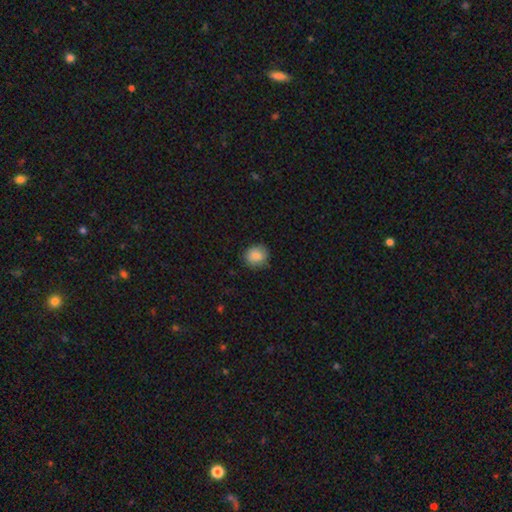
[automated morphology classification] Smooth or featured? smooth (87%)
How rounded? round (84%)
Merging? none (84%)